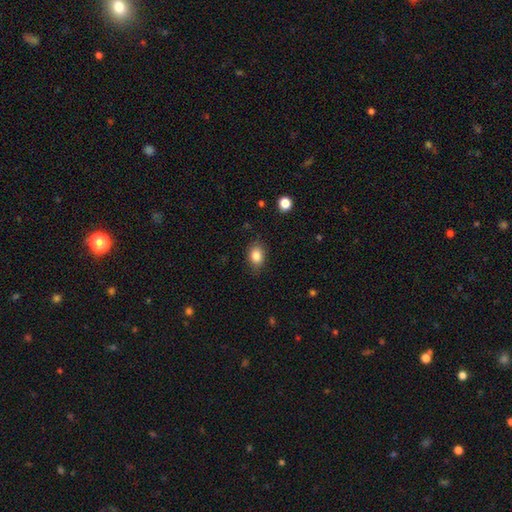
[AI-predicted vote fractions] This appears to be a smooth galaxy with no disk features (85%) that is in between round and cigar-shaped (74%). Merging: none (81%).